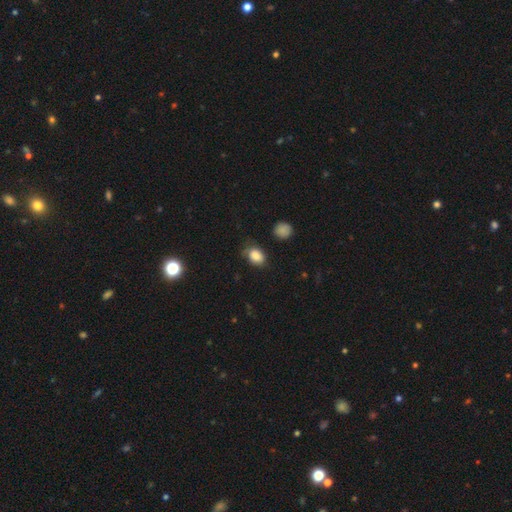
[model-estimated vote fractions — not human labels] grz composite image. It shows a smooth galaxy with no disk features (85%) that is in between round and cigar-shaped (74%). Merging: none (67%).